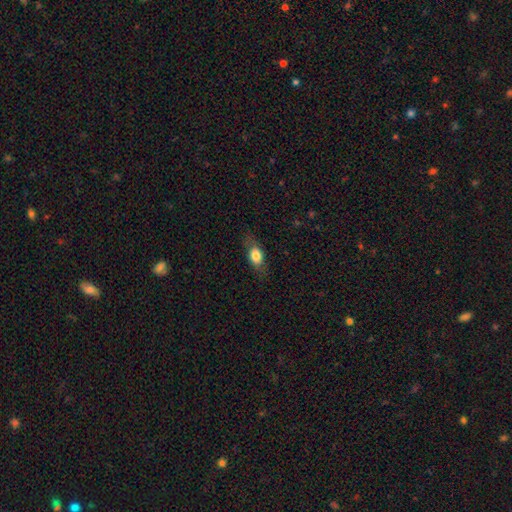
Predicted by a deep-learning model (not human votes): Smooth or featured?
  - smooth: 74% *
  - featured or disk: 18%
  - star or artifact: 8%
How rounded?
  - in between: 74% *
  - round: 16%
  - cigar-shaped: 10%
Merging?
  - none: 76% *
  - minor disturbance: 17%
  - major disturbance: 6%
  - merger: 1%